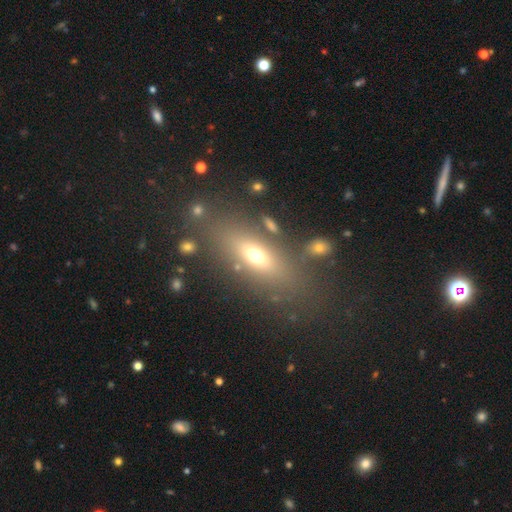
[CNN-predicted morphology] The model was most divided on "how rounded": in between: 62%, cigar-shaped: 28%, round: 11%. More confident: merging — none (71%); smooth or featured — smooth (61%).